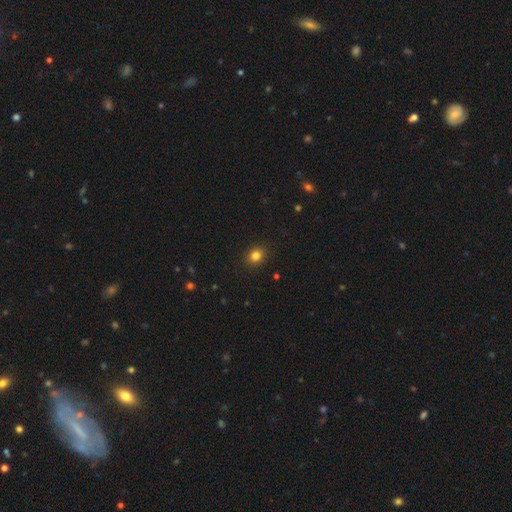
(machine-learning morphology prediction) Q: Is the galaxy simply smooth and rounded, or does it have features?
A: smooth — 83%.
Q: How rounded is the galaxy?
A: round — 70%.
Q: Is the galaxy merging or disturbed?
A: none — 90%.